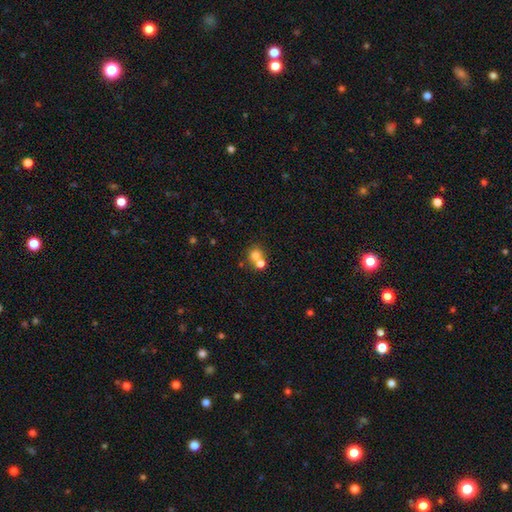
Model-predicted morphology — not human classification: type=smooth (72%); roundness=round (83%); merging=merger (49%).